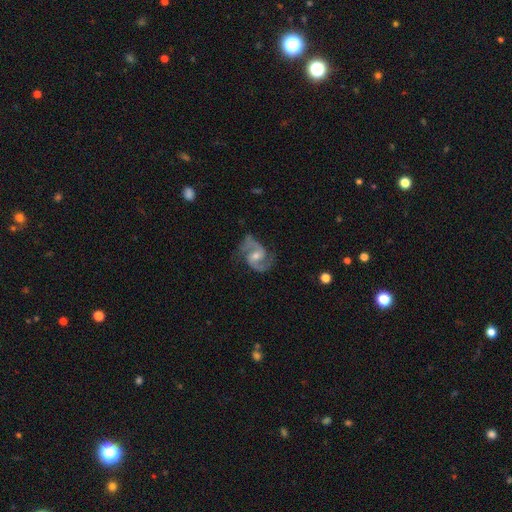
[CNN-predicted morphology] type=featured or disk (90%); edge-on=no (98%); bar=weak (49%); spiral arms=yes (98%); winding=medium (59%); arm count=2 (93%); bulge=moderate (51%); merging=none (76%).